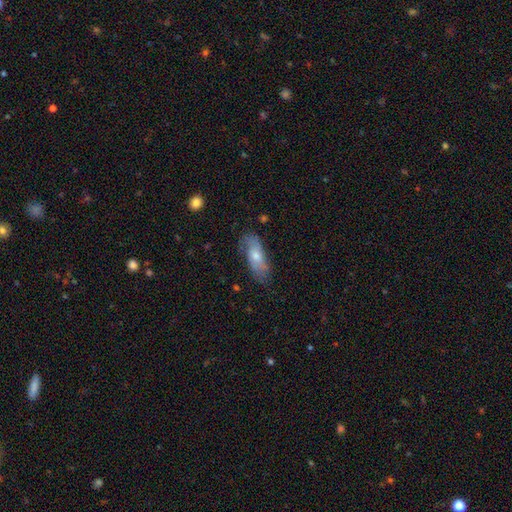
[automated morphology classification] Smooth or featured: featured or disk — 47% (smooth — 44%)
Merging: none — 68% (minor disturbance — 23%)